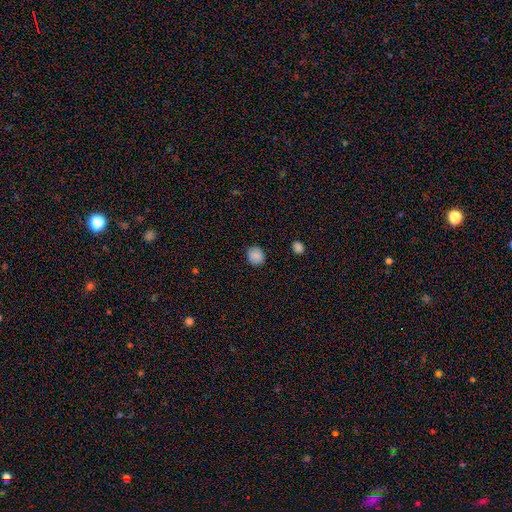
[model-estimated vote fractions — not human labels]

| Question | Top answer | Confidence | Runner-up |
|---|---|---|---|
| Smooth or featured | smooth | 87% | star or artifact (9%) |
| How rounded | round | 80% | in between (19%) |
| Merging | none | 88% | minor disturbance (8%) |